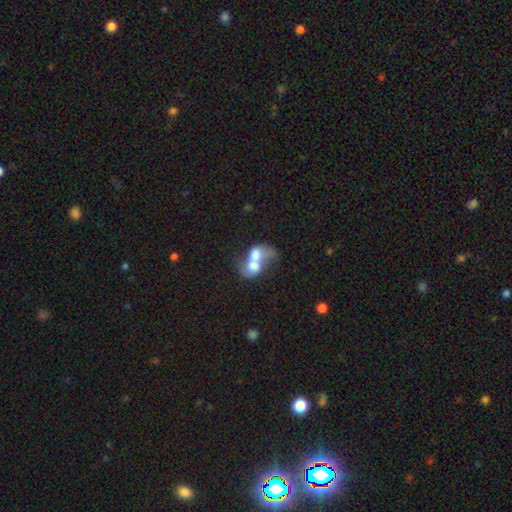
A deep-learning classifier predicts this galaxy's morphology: Smooth or featured? Predicted: smooth (p=0.59). How rounded? Predicted: in between (p=0.63). Merging? Predicted: merger (p=0.82).